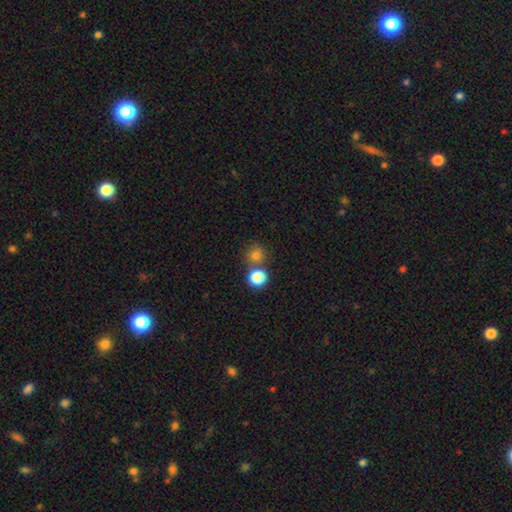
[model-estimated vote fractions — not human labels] Q: Smooth or featured?
A: smooth (76%); runner-up: star or artifact (16%)
Q: How rounded?
A: round (90%); runner-up: in between (9%)
Q: Merging?
A: none (66%); runner-up: merger (23%)